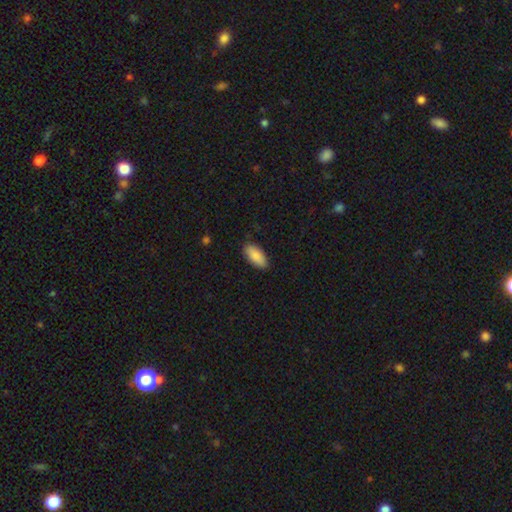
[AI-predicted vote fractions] The model was most divided on "merging": none: 85%, minor disturbance: 12%, major disturbance: 2%, merger: 1%. More confident: how rounded — in between (90%); smooth or featured — smooth (89%).